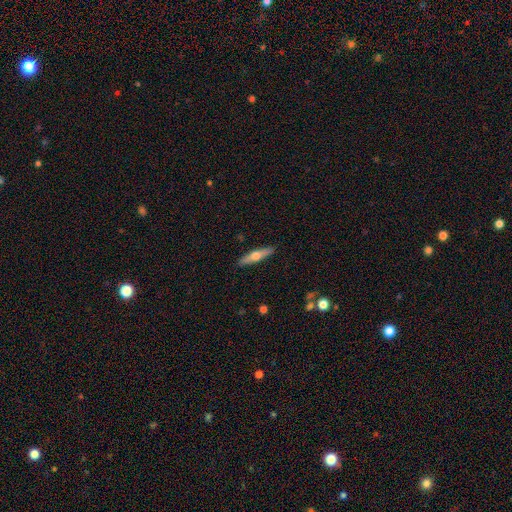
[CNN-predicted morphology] Smooth or featured?
  - featured or disk: 51% *
  - smooth: 44%
  - star or artifact: 6%
Edge-on disk?
  - yes: 93% *
  - no: 7%
Merging?
  - none: 91% *
  - minor disturbance: 6%
  - major disturbance: 1%
  - merger: 1%